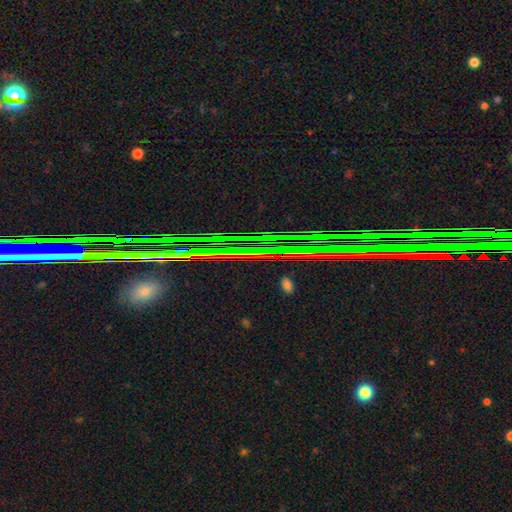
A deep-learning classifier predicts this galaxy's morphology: This is clearly a star or artifact rather than a galaxy (80%).